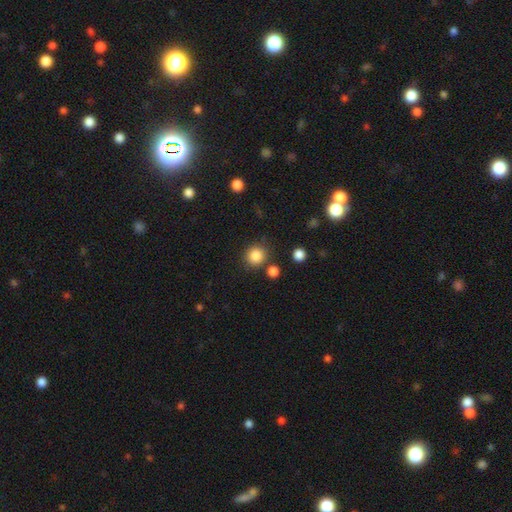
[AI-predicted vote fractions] This is clearly a smooth galaxy (85%). How rounded: clearly round (91%). Merging: clearly none (83%).